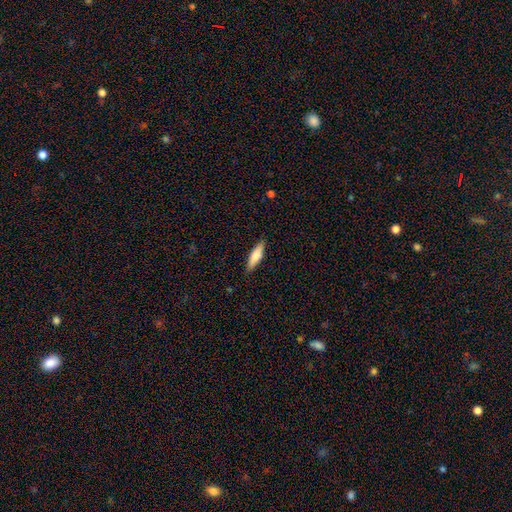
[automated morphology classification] The model was most divided on "how rounded": cigar-shaped: 61%, in between: 37%, round: 2%. More confident: merging — none (89%); smooth or featured — smooth (74%).